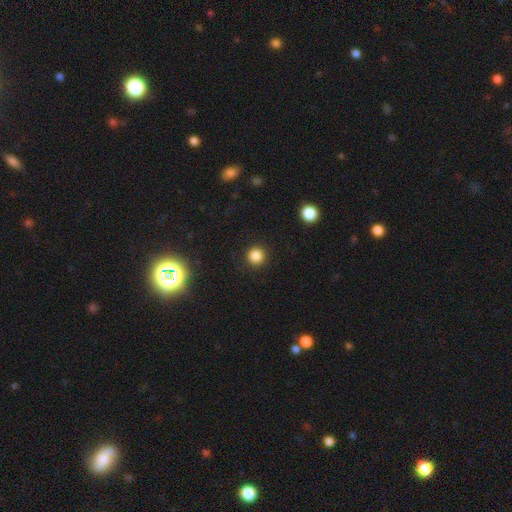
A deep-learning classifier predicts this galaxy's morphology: Smooth or featured? smooth (84%)
How rounded? round (95%)
Merging? none (92%)